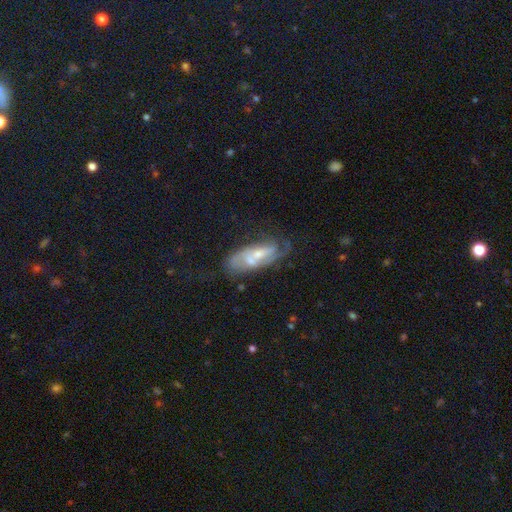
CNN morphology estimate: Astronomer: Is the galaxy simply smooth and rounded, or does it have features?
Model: featured or disk — 72%.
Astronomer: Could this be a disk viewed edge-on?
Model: no — 88%.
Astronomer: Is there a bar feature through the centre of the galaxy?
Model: no — 48% (runner-up: weak, 37%).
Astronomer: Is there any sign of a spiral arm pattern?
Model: yes — 83%.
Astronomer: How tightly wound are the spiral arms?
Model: medium — 41% (runner-up: tight, 36%).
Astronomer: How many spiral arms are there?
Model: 2 — 48% (runner-up: can't tell, 30%).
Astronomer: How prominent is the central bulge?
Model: small — 47% (runner-up: moderate, 45%).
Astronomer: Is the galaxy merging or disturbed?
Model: none — 46% (runner-up: minor disturbance, 22%).